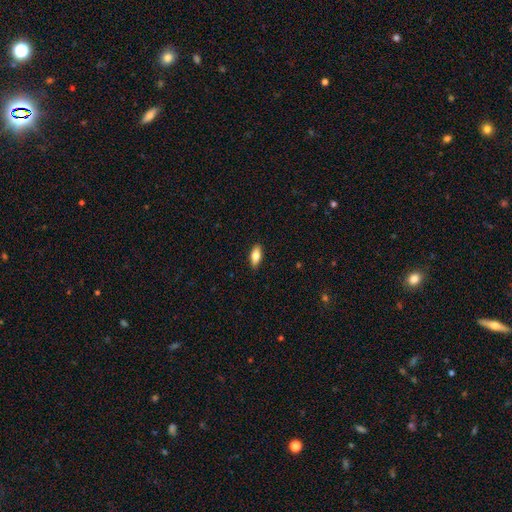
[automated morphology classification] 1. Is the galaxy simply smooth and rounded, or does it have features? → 77% smooth, 17% featured or disk, 6% star or artifact.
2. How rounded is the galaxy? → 81% in between, 17% cigar-shaped, 3% round.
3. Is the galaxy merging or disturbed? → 90% none, 8% minor disturbance, 2% major disturbance, 1% merger.